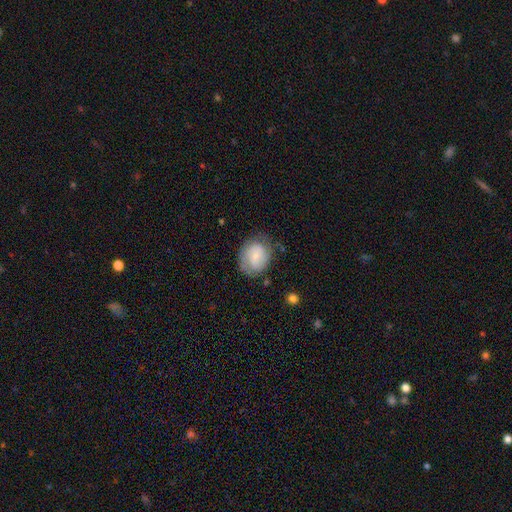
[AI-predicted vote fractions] A smooth galaxy with no disk features (47%).

Vote fractions:
- Smooth or featured? smooth: 47% / featured or disk: 46% / star or artifact: 7%
- Merging? none: 66% / minor disturbance: 23% / major disturbance: 9% / merger: 2%